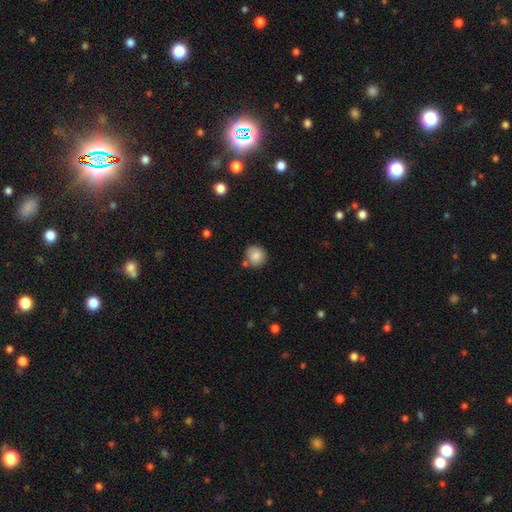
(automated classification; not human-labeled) Smooth or featured?
  - smooth: 85% *
  - star or artifact: 8%
  - featured or disk: 7%
How rounded?
  - round: 89% *
  - in between: 10%
  - cigar-shaped: 1%
Merging?
  - none: 74% *
  - minor disturbance: 14%
  - merger: 10%
  - major disturbance: 3%